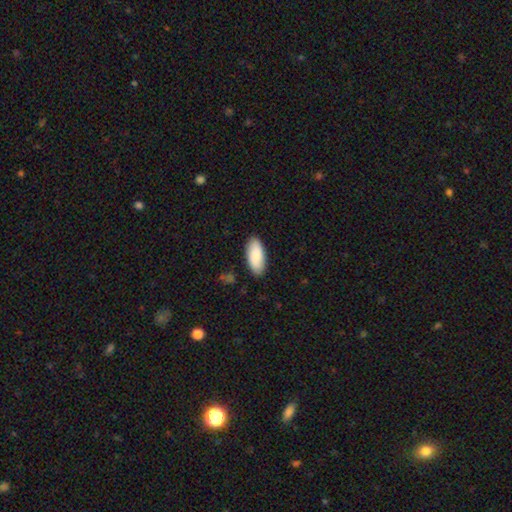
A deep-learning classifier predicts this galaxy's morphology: type=smooth (88%); roundness=in between (87%); merging=none (88%).